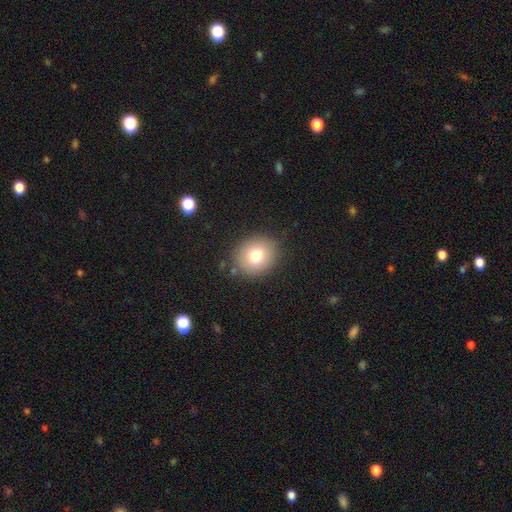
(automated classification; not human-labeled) Smooth or featured? Predicted: smooth (p=0.77). How rounded? Predicted: round (p=0.76). Merging? Predicted: none (p=0.85).